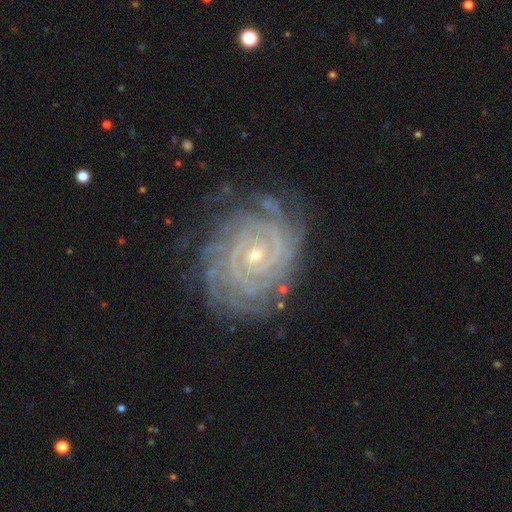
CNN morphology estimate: Overall: featured or disk (91%). Edge-on disk: no (97%). Bar: no (55%; weak 30%). Spiral arms: yes (98%). Spiral arm count: can't tell (22%; 4 20%). Spiral winding: tight (88%). Bulge size: small (67%; moderate 30%). Merging: none (78%).